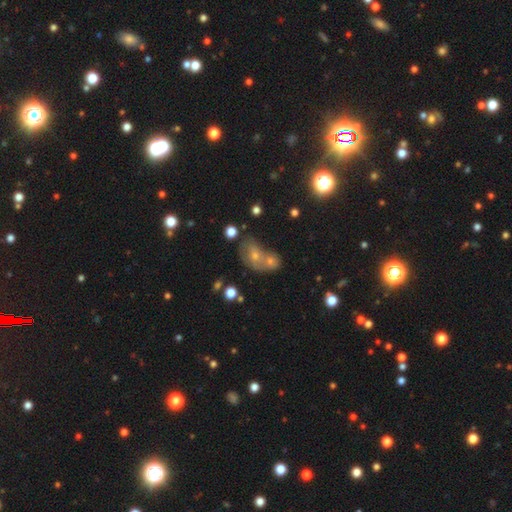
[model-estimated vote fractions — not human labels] smooth 42%, featured or disk 31%, star or artifact 27%. Down the decision tree: merging — merger (50%).